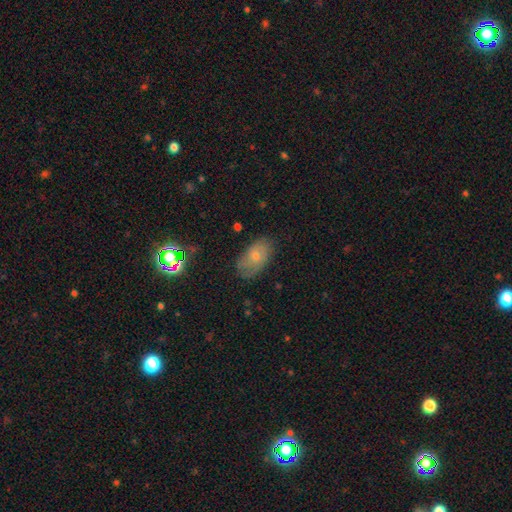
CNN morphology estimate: A smooth galaxy with no disk features (43%).

Vote fractions:
- Smooth or featured? smooth: 43% / featured or disk: 39% / star or artifact: 18%
- Merging? none: 71% / minor disturbance: 22% / major disturbance: 6% / merger: 2%